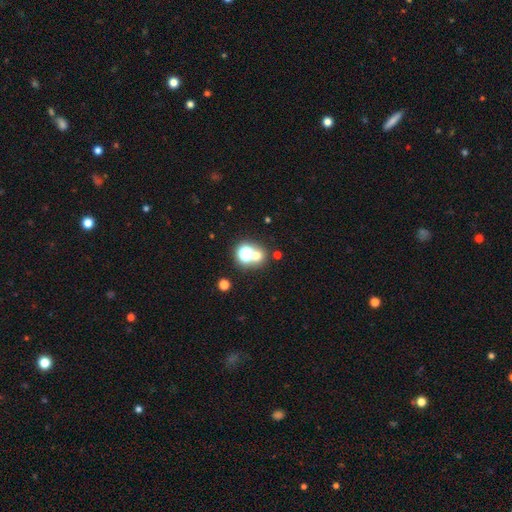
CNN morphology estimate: The model was most divided on "smooth or featured": smooth: 53%, star or artifact: 36%, featured or disk: 11%. More confident: how rounded — round (81%); merging — none (58%).